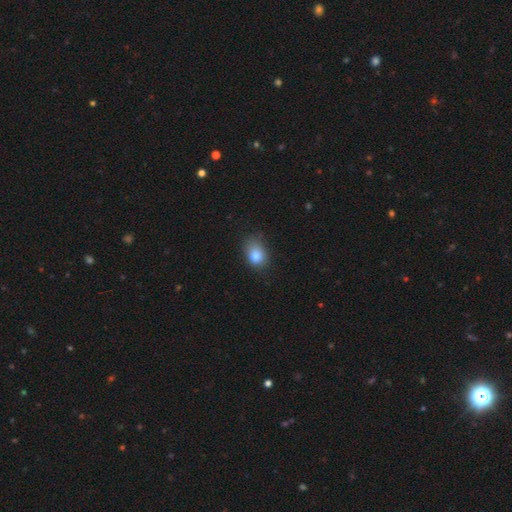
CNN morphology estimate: Smooth or featured?
  - smooth: 82% *
  - star or artifact: 10%
  - featured or disk: 8%
How rounded?
  - in between: 71% *
  - round: 28%
  - cigar-shaped: 1%
Merging?
  - none: 69% *
  - minor disturbance: 24%
  - major disturbance: 5%
  - merger: 2%